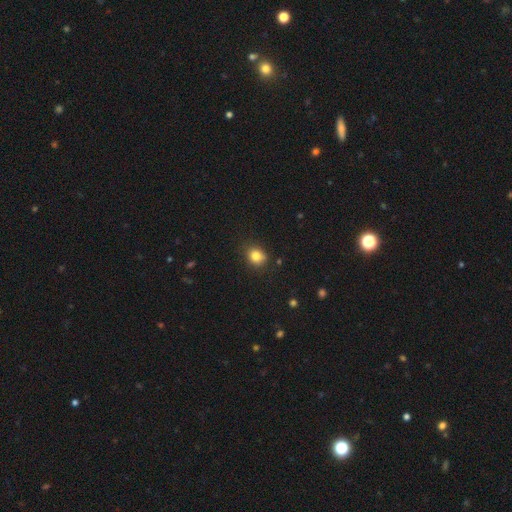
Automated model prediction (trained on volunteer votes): This appears to be a smooth galaxy with no disk features (83%) that is round (65%). Merging: none (81%).